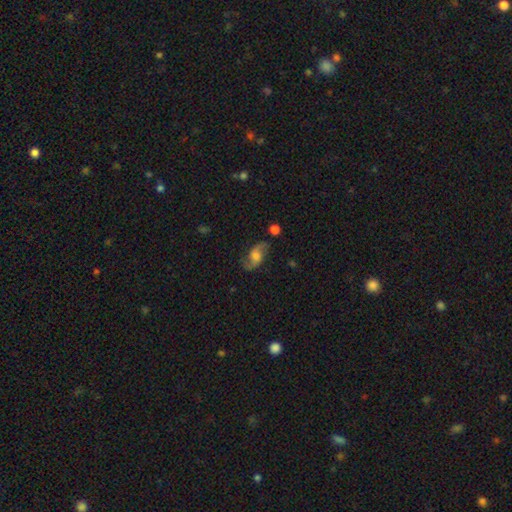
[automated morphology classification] This is likely a featured or disk galaxy (78%). It is clearly not viewed edge-on (96%). Bar: possibly no (57%). Spiral arm pattern: clearly yes (95%). Spiral arm count: clearly 2 (92%). Spiral winding: likely loose (61%). Central bulge: marginally moderate (32%). Merging: likely none (77%).